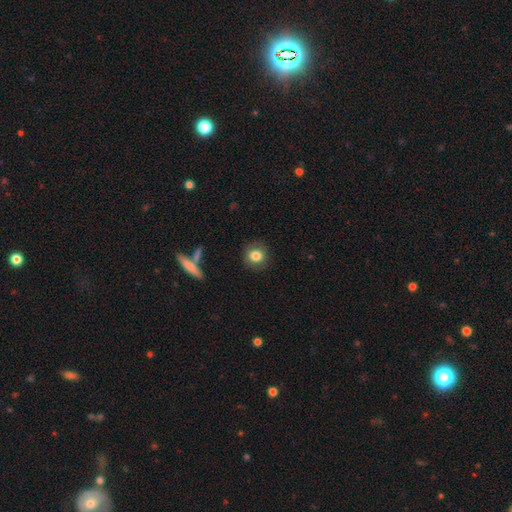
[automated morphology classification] A smooth galaxy with no disk features (82%) that is round (85%). Merging: none (86%).